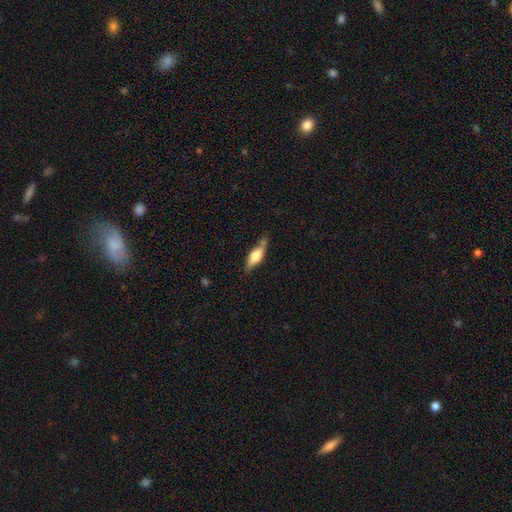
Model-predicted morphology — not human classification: A smooth galaxy with no disk features (53%) that is in between round and cigar-shaped (50%). Merging: none (63%).